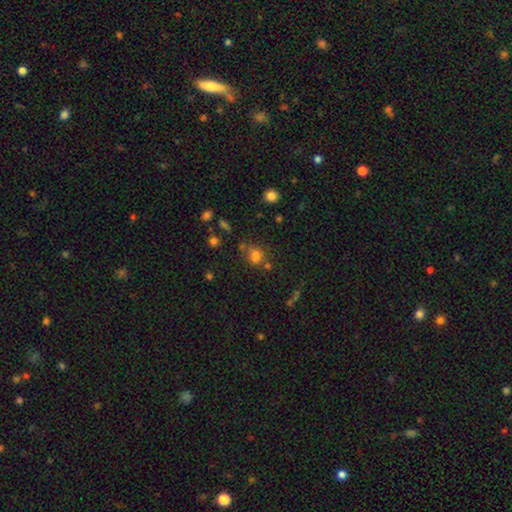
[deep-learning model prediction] smooth-or-featured: smooth: 69% | star or artifact: 20% | featured or disk: 11%
  how-rounded: round: 52% | in between: 46% | cigar-shaped: 2%
  merging: none: 47% | merger: 24% | minor disturbance: 19% | major disturbance: 10%